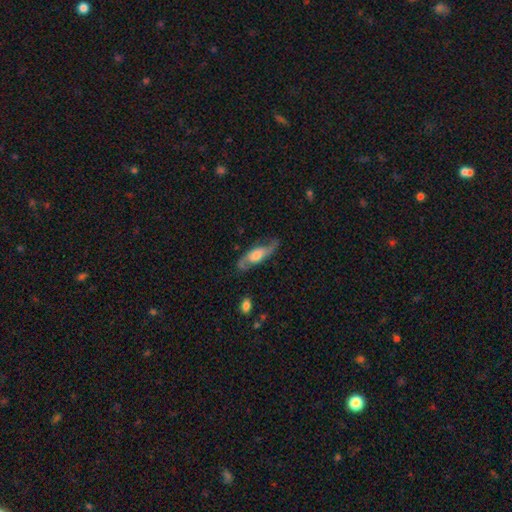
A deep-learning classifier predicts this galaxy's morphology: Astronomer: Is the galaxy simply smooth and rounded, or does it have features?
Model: featured or disk — 69%.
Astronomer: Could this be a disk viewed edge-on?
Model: no — 73%.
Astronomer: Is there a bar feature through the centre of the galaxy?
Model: no — 64%.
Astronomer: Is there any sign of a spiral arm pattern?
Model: yes — 89%.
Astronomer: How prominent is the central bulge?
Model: moderate — 41% (runner-up: large, 35%).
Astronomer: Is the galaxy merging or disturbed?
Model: none — 71%.